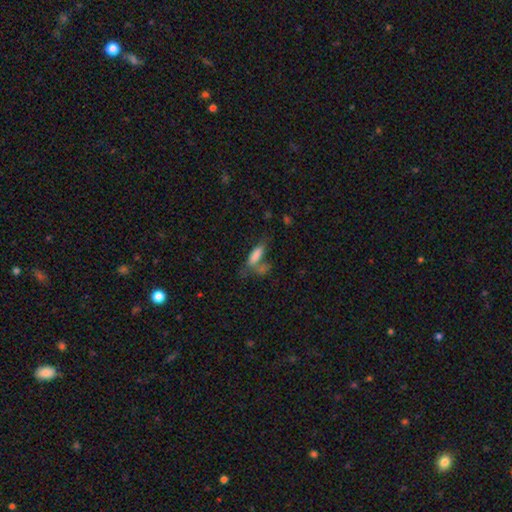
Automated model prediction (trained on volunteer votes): A smooth galaxy with no disk features (78%) that is in between round and cigar-shaped (60%). Merging: none (35%, tied with merger).